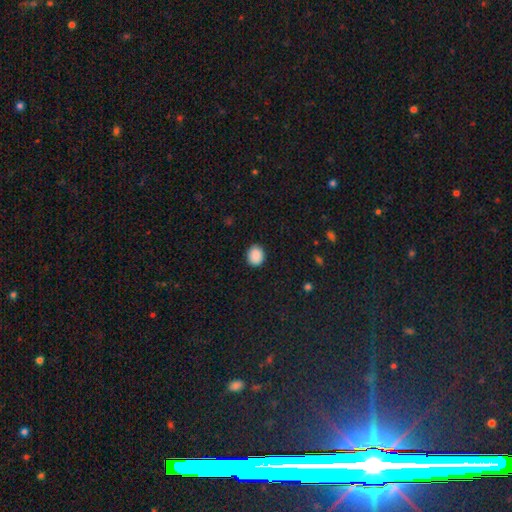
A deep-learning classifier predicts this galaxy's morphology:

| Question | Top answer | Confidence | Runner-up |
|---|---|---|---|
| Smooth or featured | smooth | 89% | star or artifact (8%) |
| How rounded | round | 68% | in between (31%) |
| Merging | none | 89% | minor disturbance (8%) |